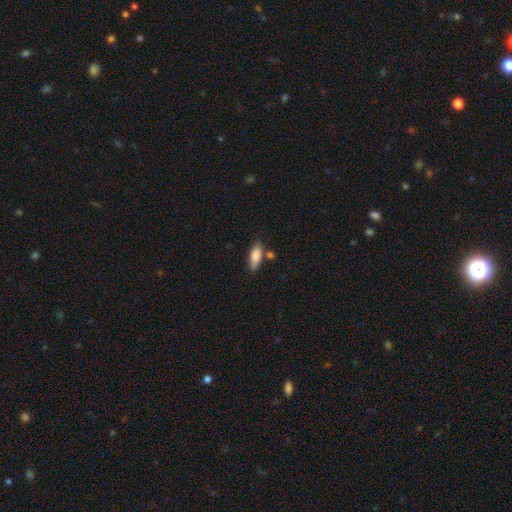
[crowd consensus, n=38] This appears to be a smooth galaxy with no disk features (89%) that is in between round and cigar-shaped (47%, tied with cigar-shaped). Merging: none (81%).